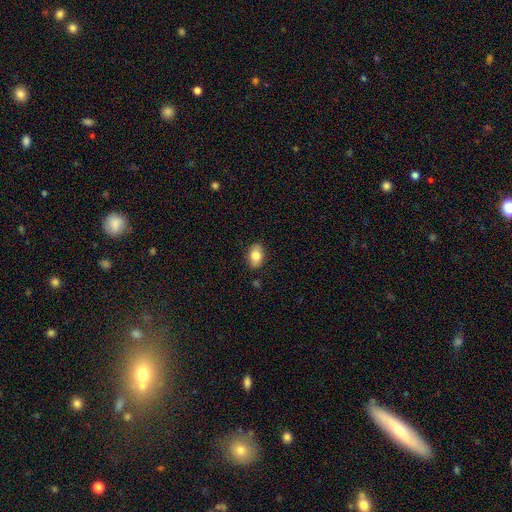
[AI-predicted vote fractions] A smooth galaxy with no disk features (81%) that is in between round and cigar-shaped (85%). Merging: none (84%).